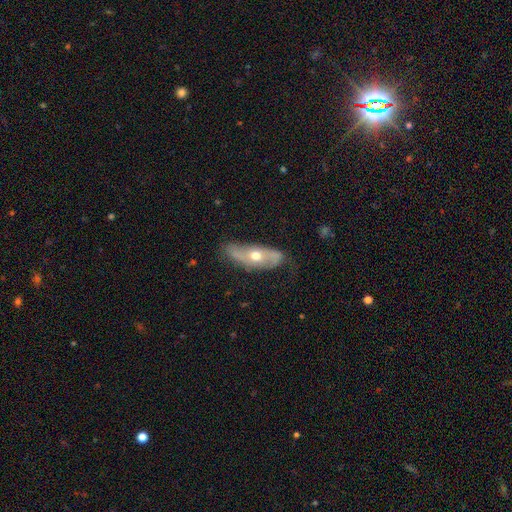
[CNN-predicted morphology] The model was most divided on "smooth or featured": featured or disk: 59%, smooth: 35%, star or artifact: 6%. More confident: edge-on disk — no (72%); merging — none (64%).